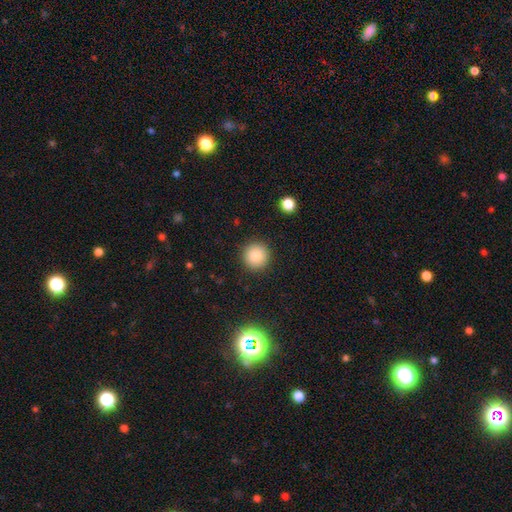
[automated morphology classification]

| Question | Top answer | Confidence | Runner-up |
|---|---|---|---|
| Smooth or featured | smooth | 83% | star or artifact (10%) |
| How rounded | round | 95% | in between (4%) |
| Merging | none | 92% | minor disturbance (5%) |